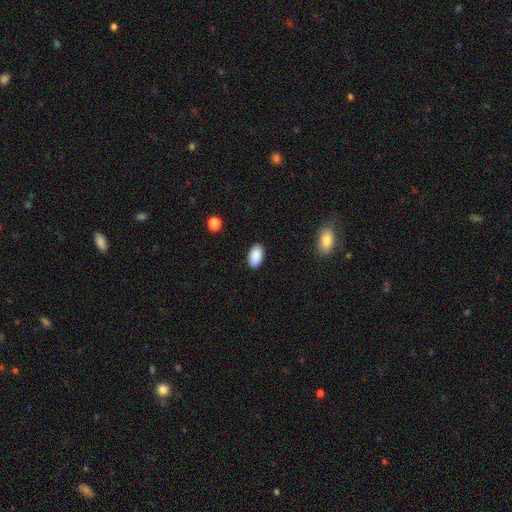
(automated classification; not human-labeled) This appears to be a smooth galaxy with no disk features (90%) that is in between round and cigar-shaped (93%). Merging: none (88%).